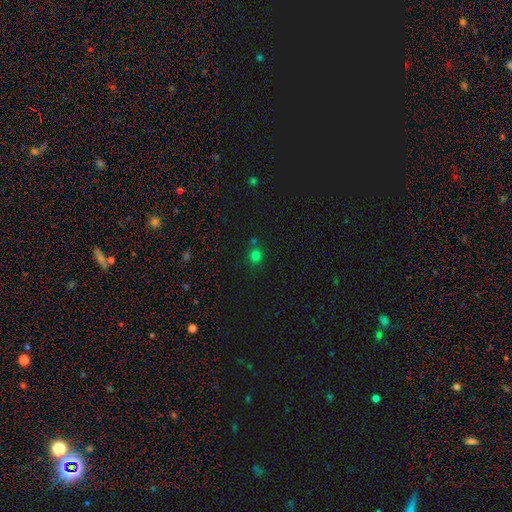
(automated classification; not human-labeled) Smooth or featured: smooth — 74% (star or artifact — 21%)
How rounded: round — 87% (in between — 12%)
Merging: none — 75% (merger — 12%)